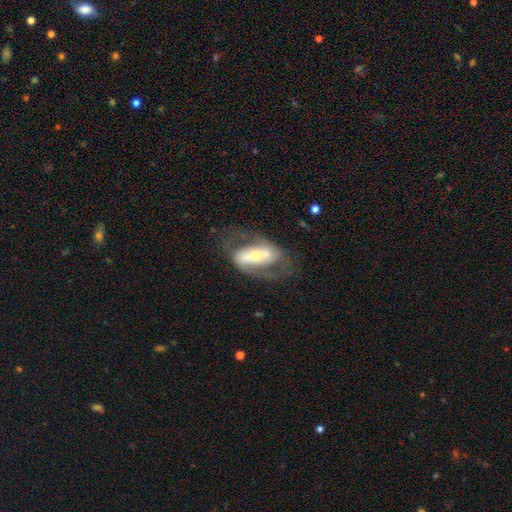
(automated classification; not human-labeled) The model was most divided on "bulge size": moderate: 53%, small: 36%, large: 7%, dominant: 2%, none: 1%. Remaining: edge-on disk — no (91%); smooth or featured — featured or disk (74%); spiral arms — yes (69%); merging — none (52%); bar — strong (47%).